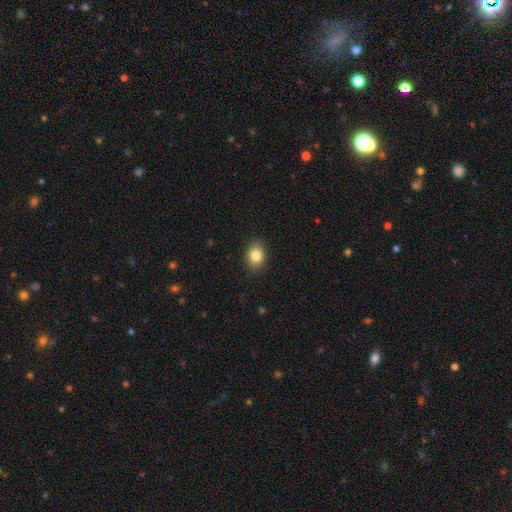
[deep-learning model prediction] Overall: smooth (83%). How rounded: in between (59%; round 40%). Merging: none (87%).